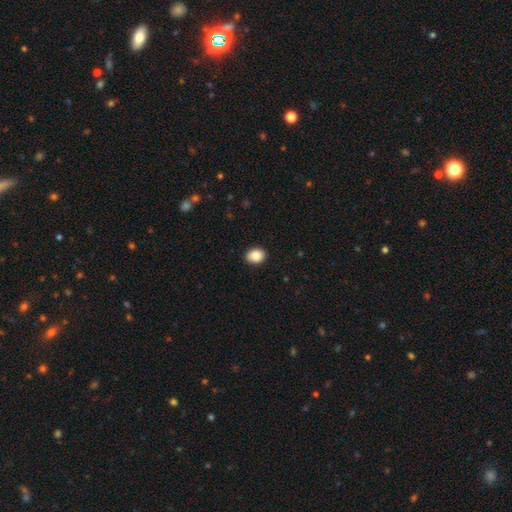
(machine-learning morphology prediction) Smooth or featured? Predicted: smooth (p=0.89). How rounded? Predicted: in between (p=0.53). Merging? Predicted: none (p=0.89).